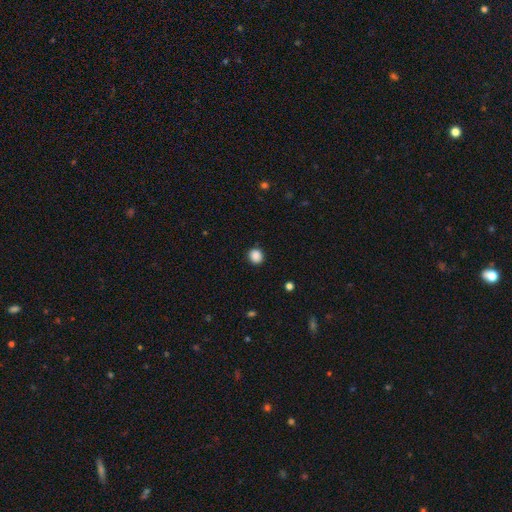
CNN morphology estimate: Smooth or featured? Predicted: smooth (p=0.87). How rounded? Predicted: round (p=0.87). Merging? Predicted: none (p=0.90).